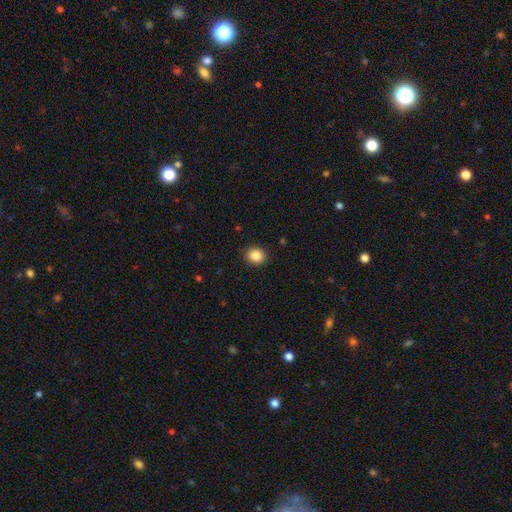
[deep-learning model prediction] smooth-or-featured: smooth: 87% | star or artifact: 10% | featured or disk: 4%
  how-rounded: round: 76% | in between: 23% | cigar-shaped: 1%
  merging: none: 91% | minor disturbance: 6% | major disturbance: 2% | merger: 1%